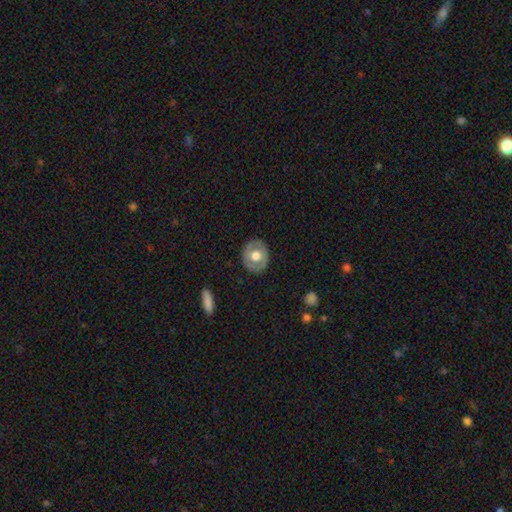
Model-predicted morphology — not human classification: type=smooth (50%); roundness=round (69%); merging=none (84%).